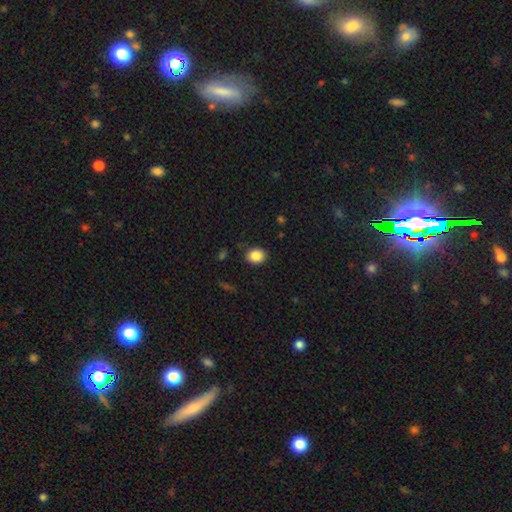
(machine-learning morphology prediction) A smooth galaxy with no disk features (86%) that is round (58%). Merging: none (86%).